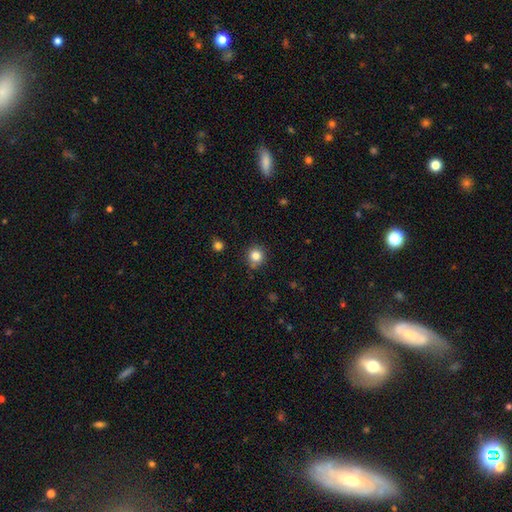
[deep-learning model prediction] A smooth galaxy with no disk features (82%) that is round (89%). Merging: none (81%).